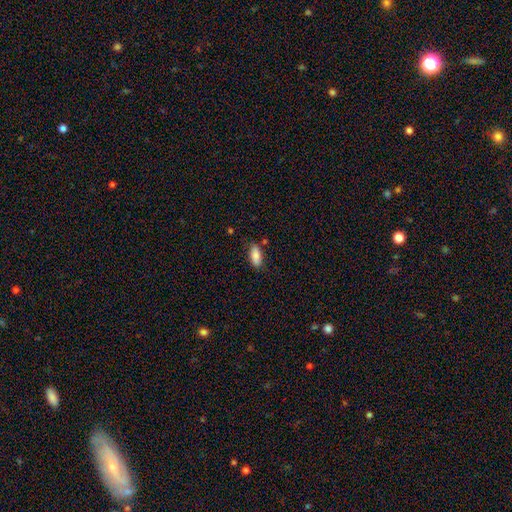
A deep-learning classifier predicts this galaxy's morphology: This is clearly a smooth galaxy (86%). How rounded: clearly in between (87%). Merging: likely none (78%).